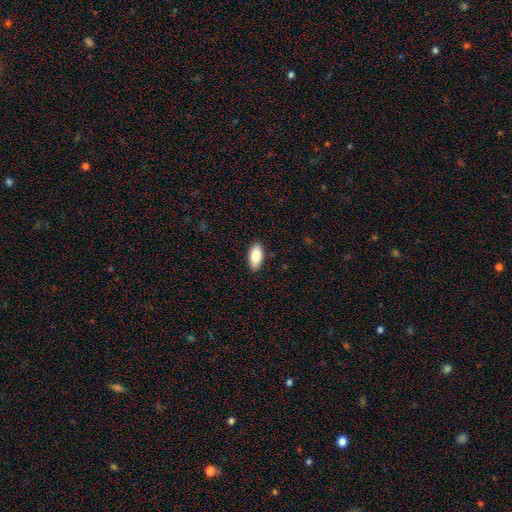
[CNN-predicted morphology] Smooth or featured: smooth — 81% (featured or disk — 13%)
How rounded: in between — 90% (cigar-shaped — 7%)
Merging: none — 88% (minor disturbance — 9%)